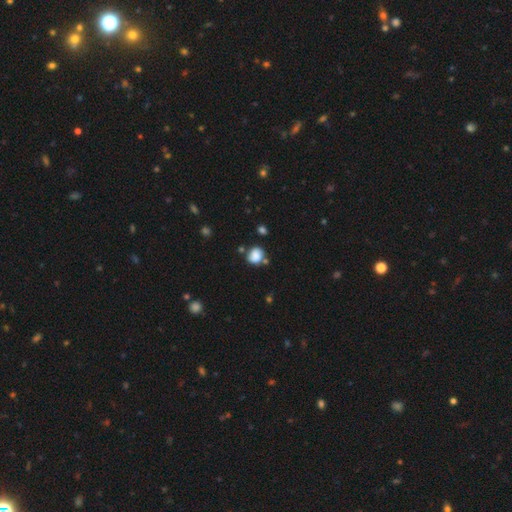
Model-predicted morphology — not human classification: Overall: smooth (83%). How rounded: round (69%; in between 30%). Merging: none (64%).